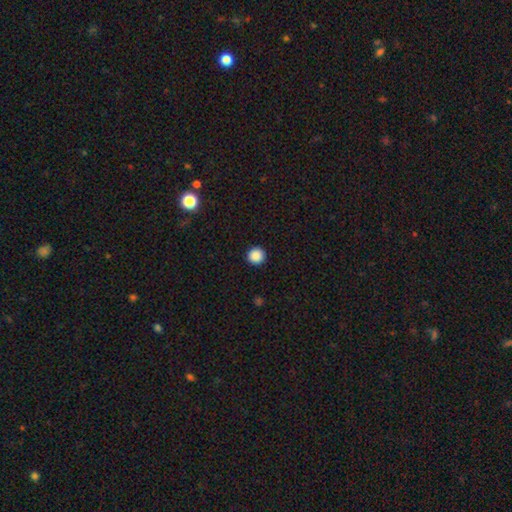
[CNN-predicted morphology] smooth 88%, star or artifact 10%, featured or disk 2%. Down the decision tree: how rounded — round (96%); merging — none (93%).